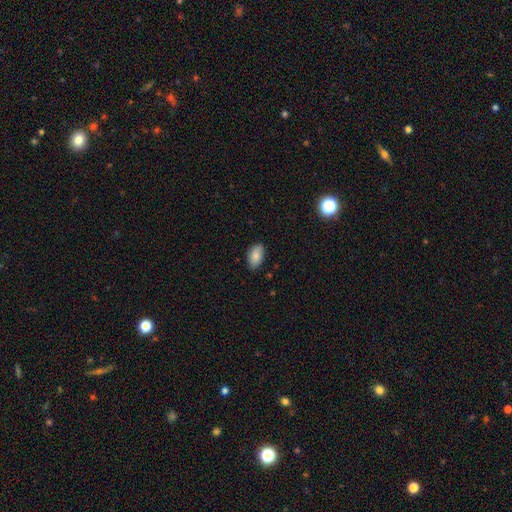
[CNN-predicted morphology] Smooth or featured? Predicted: smooth (p=0.85). How rounded? Predicted: in between (p=0.93). Merging? Predicted: none (p=0.84).